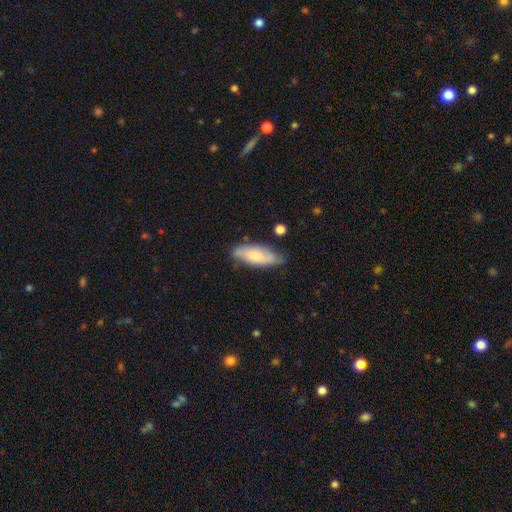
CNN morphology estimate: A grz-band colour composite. It shows a smooth galaxy with no disk features (64%) that is in between round and cigar-shaped (72%). Merging: none (68%).